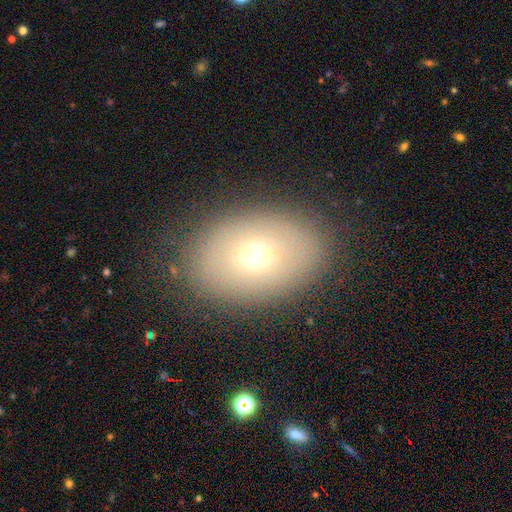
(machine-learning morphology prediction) smooth_or_featured: smooth (p=0.62) [alt: featured or disk p=0.25]
how_rounded: in between (p=0.76) [alt: round p=0.22]
merging: none (p=0.84) [alt: minor disturbance p=0.10]